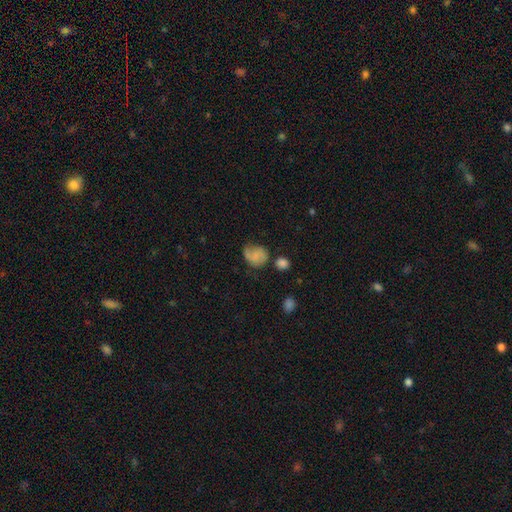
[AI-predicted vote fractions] Smooth or featured?
  - smooth: 64% *
  - featured or disk: 25%
  - star or artifact: 11%
How rounded?
  - round: 57% *
  - in between: 42%
  - cigar-shaped: 1%
Merging?
  - none: 45% *
  - minor disturbance: 31%
  - major disturbance: 17%
  - merger: 7%